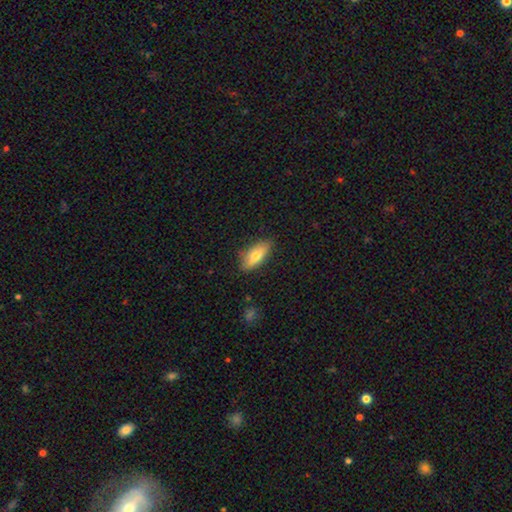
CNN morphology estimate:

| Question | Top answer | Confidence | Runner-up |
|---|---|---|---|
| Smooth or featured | smooth | 70% | featured or disk (24%) |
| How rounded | in between | 72% | cigar-shaped (25%) |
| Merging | none | 83% | minor disturbance (13%) |